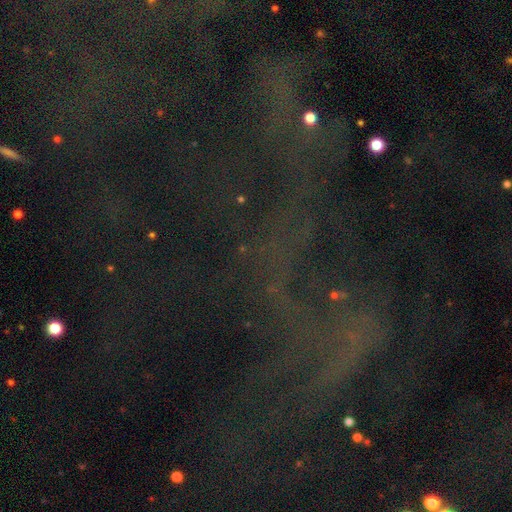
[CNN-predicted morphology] A star or artifact, not a galaxy (74%).

Vote fractions:
- Smooth or featured? star or artifact: 74% / featured or disk: 15% / smooth: 11%